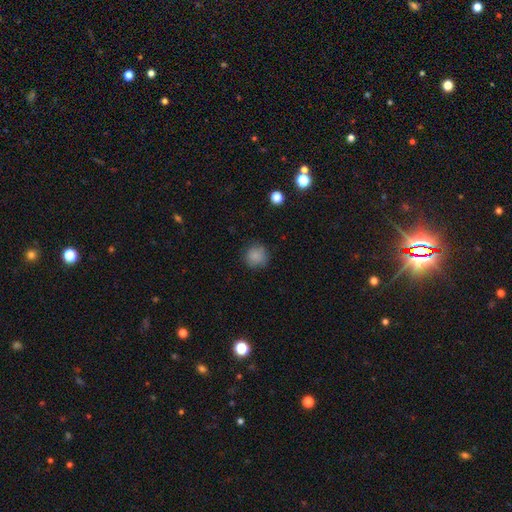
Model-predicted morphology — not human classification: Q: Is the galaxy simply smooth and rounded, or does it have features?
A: smooth — 85%.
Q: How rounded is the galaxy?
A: round — 92%.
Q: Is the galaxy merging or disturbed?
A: none — 83%.